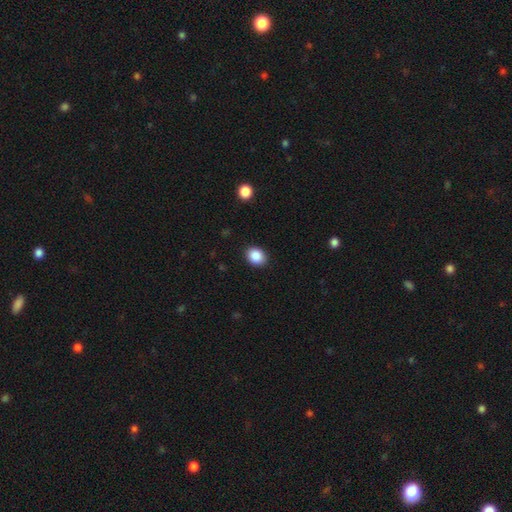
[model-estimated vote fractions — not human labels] Smooth or featured? Predicted: smooth (p=0.88). How rounded? Predicted: in between (p=0.53). Merging? Predicted: none (p=0.90).